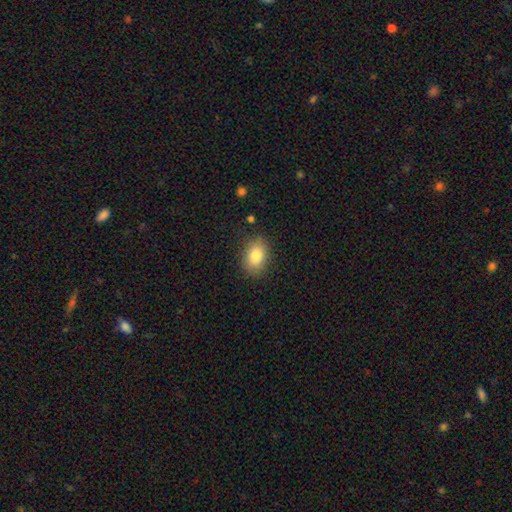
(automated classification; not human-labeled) Smooth or featured? smooth (83%)
How rounded? in between (79%)
Merging? none (83%)